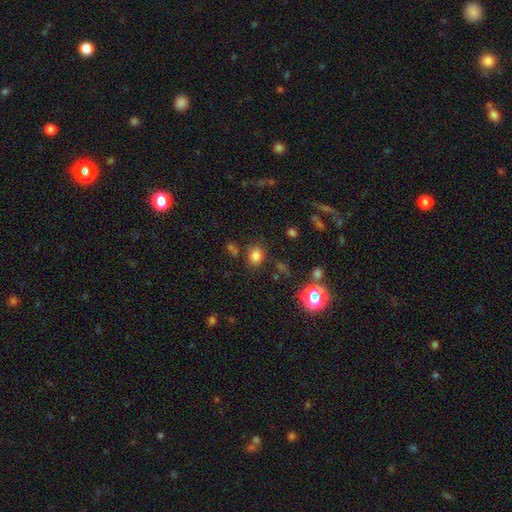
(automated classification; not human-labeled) This appears to be a smooth galaxy with no disk features (78%) that is round (57%). Merging: none (78%).